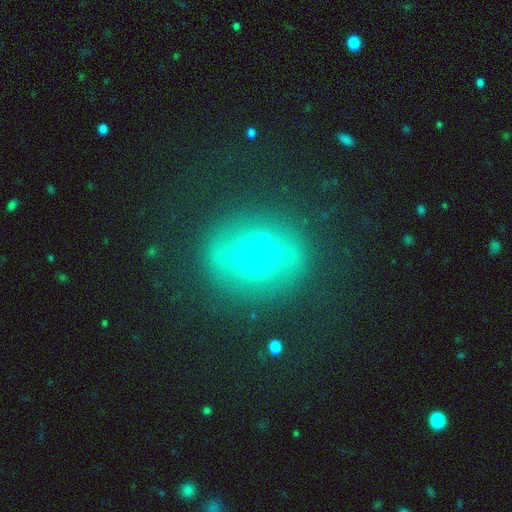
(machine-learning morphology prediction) Smooth or featured?
  - smooth: 53% *
  - featured or disk: 25%
  - star or artifact: 23%
How rounded?
  - round: 80% *
  - in between: 19%
  - cigar-shaped: 1%
Merging?
  - none: 66% *
  - merger: 17%
  - minor disturbance: 11%
  - major disturbance: 6%